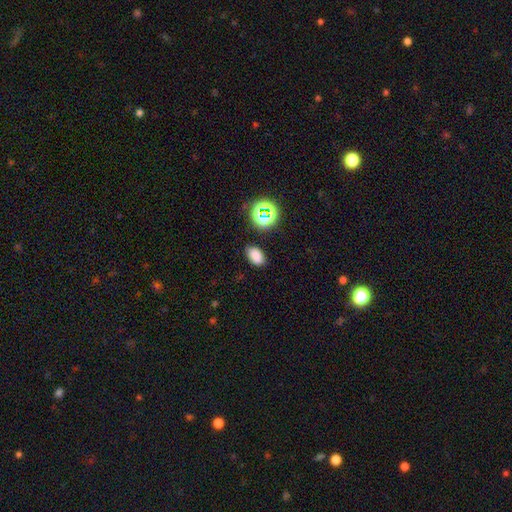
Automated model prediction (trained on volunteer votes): smooth 78%, star or artifact 17%, featured or disk 5%. Down the decision tree: how rounded — in between (87%); merging — none (84%).